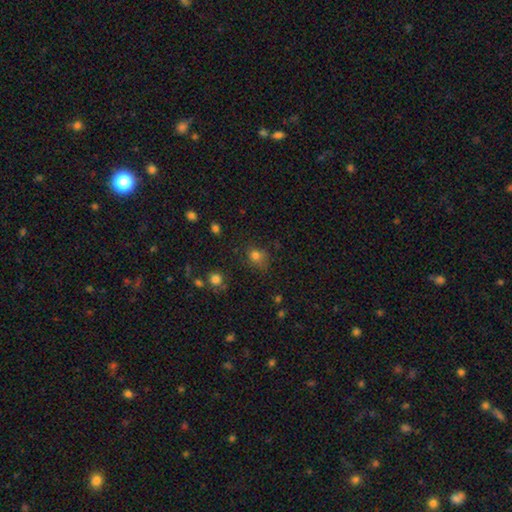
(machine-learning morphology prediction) This is likely a smooth galaxy (76%). How rounded: likely round (65%). Merging: likely none (63%).